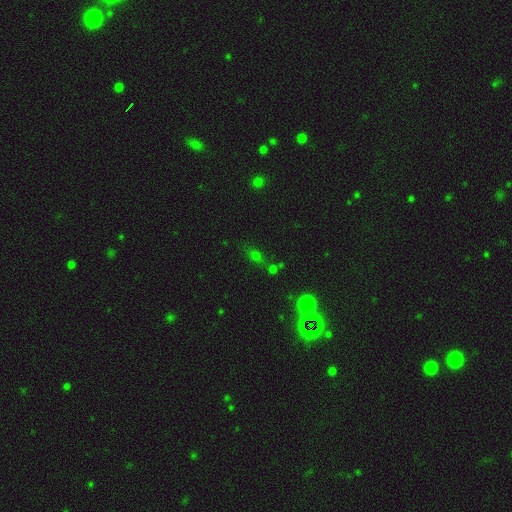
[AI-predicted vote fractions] A smooth galaxy with no disk features (50%).

Vote fractions:
- Smooth or featured? smooth: 50% / star or artifact: 39% / featured or disk: 11%
- Merging? none: 61% / merger: 17% / minor disturbance: 14% / major disturbance: 8%